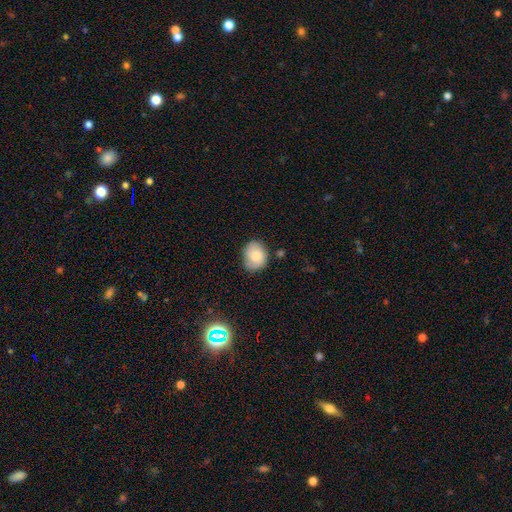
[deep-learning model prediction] The model was most divided on "how rounded": round: 54%, in between: 46%, cigar-shaped: 1%. More confident: smooth or featured — smooth (75%); merging — none (70%).